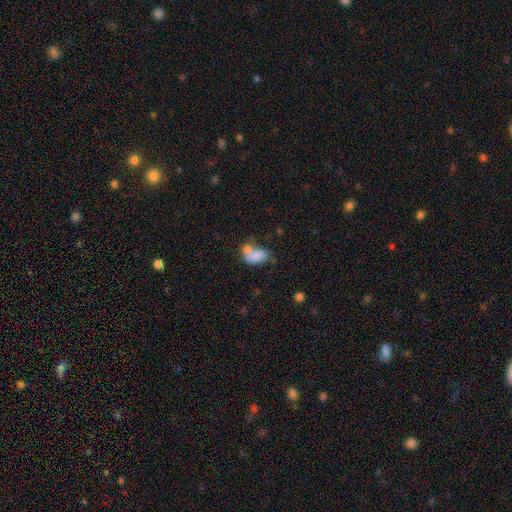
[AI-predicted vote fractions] Morphology: type=smooth (76%); roundness=in between (87%); merging=merger (50%).